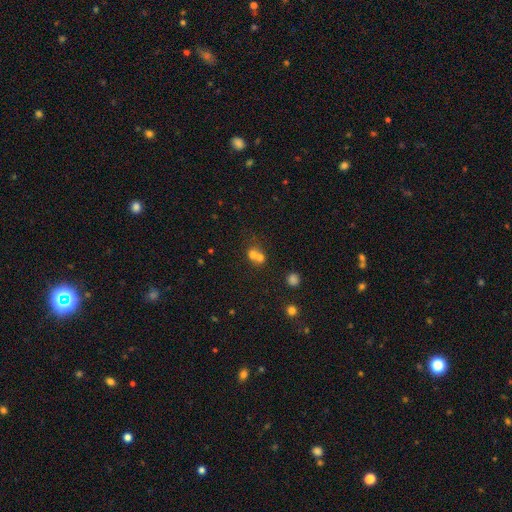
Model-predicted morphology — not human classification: A smooth galaxy with no disk features (67%) that is round (75%). Merging: merger (65%).